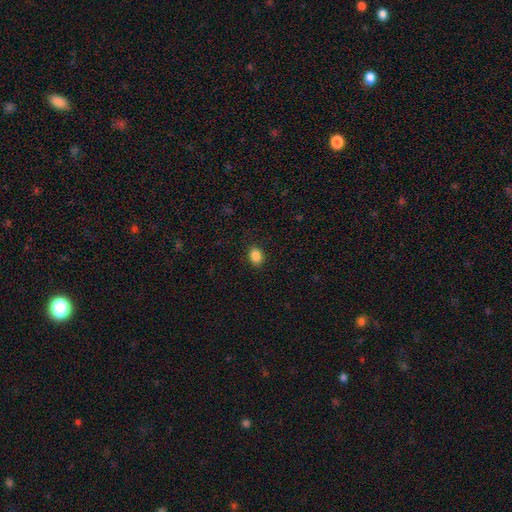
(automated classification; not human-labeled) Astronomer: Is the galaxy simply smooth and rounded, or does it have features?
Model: smooth — 87%.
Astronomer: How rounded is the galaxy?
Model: in between — 64%.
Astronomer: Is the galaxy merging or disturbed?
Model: none — 89%.